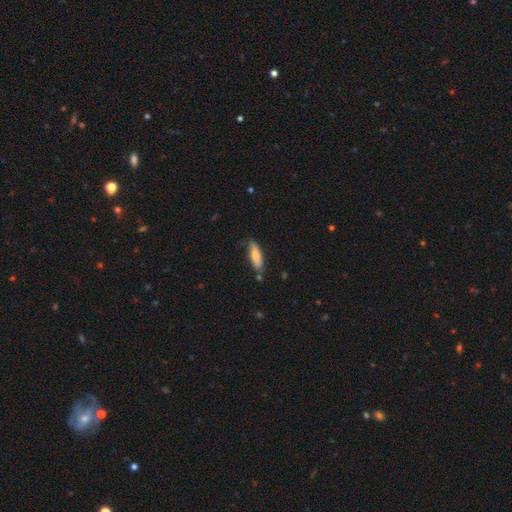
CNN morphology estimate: A smooth galaxy with no disk features (71%) that is in between round and cigar-shaped (55%).

Vote fractions:
- Smooth or featured? smooth: 71% / featured or disk: 23% / star or artifact: 6%
- How rounded? in between: 55% / cigar-shaped: 43% / round: 2%
- Merging? none: 72% / minor disturbance: 21% / merger: 4% / major disturbance: 3%